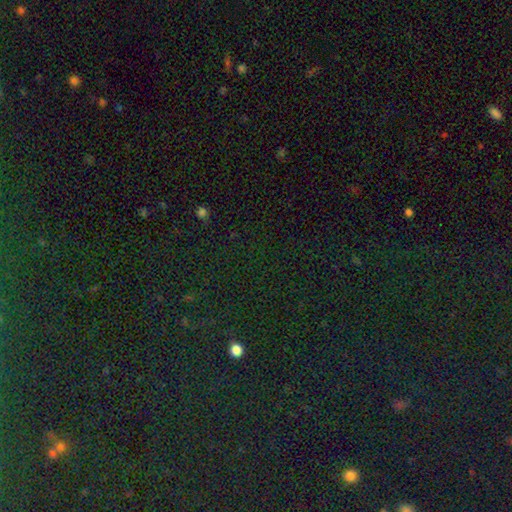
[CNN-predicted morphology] Q: Smooth or featured?
A: star or artifact (83%); runner-up: smooth (10%)